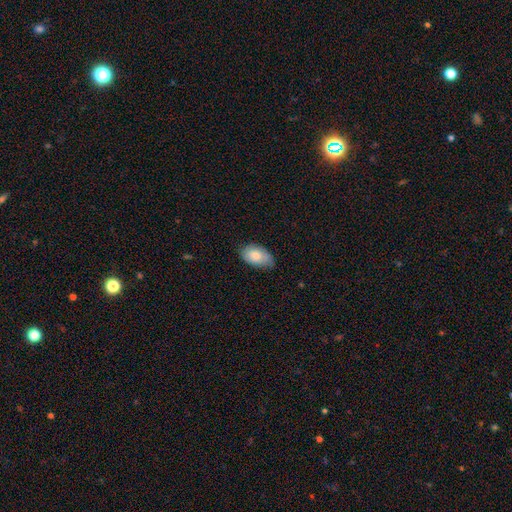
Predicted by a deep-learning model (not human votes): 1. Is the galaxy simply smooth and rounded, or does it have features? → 78% smooth, 16% featured or disk, 6% star or artifact.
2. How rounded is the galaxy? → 93% in between, 6% round, 2% cigar-shaped.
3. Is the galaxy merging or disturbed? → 66% none, 29% minor disturbance, 4% major disturbance, 1% merger.